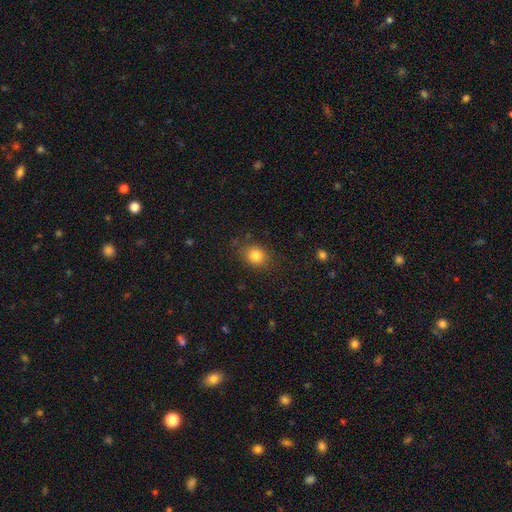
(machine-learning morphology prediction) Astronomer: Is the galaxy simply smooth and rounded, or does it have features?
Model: smooth — 82%.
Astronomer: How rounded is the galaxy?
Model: round — 63%.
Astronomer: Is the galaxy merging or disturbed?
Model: none — 82%.